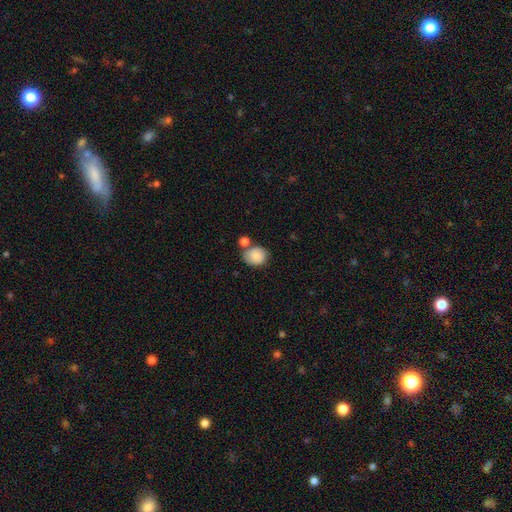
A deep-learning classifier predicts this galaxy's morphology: Smooth or featured? smooth (85%)
How rounded? round (67%)
Merging? none (60%)